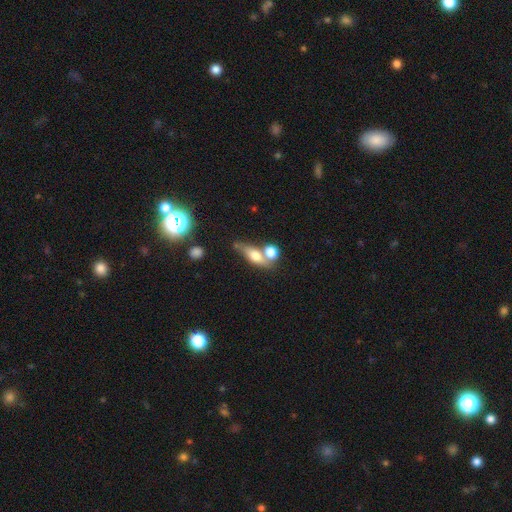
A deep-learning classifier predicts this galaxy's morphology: smooth-or-featured: smooth: 58% | featured or disk: 32% | star or artifact: 11%
  how-rounded: in between: 55% | cigar-shaped: 29% | round: 16%
  merging: none: 41% | merger: 38% | minor disturbance: 14% | major disturbance: 8%